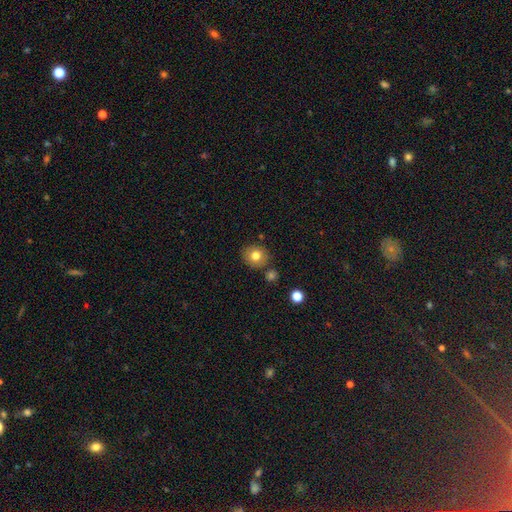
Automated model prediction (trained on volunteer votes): This appears to be a smooth galaxy with no disk features (78%) that is round (79%). Merging: none (80%).